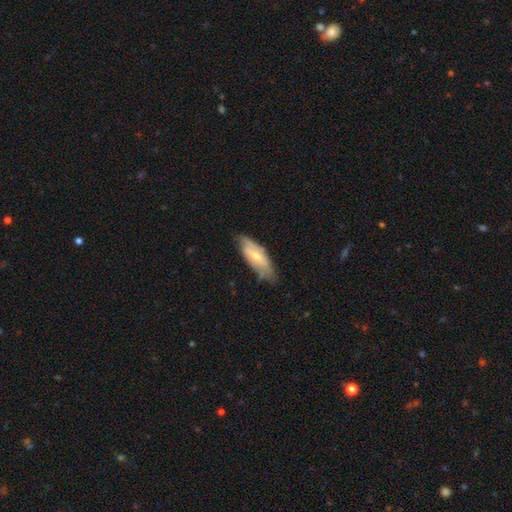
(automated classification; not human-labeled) smooth_or_featured: smooth (p=0.51) [alt: featured or disk p=0.43]
how_rounded: in between (p=0.66) [alt: cigar-shaped p=0.32]
merging: none (p=0.63) [alt: minor disturbance p=0.29]